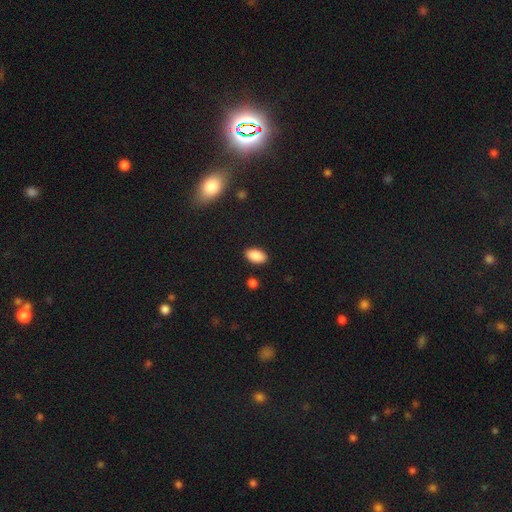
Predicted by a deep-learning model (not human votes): Smooth or featured: smooth — 88% (star or artifact — 7%)
How rounded: in between — 93% (round — 5%)
Merging: none — 88% (minor disturbance — 9%)